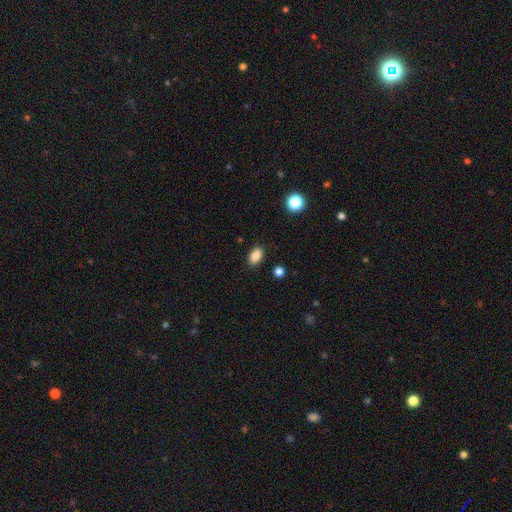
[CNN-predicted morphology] This is clearly a smooth galaxy (87%). How rounded: clearly in between (87%). Merging: clearly none (87%).